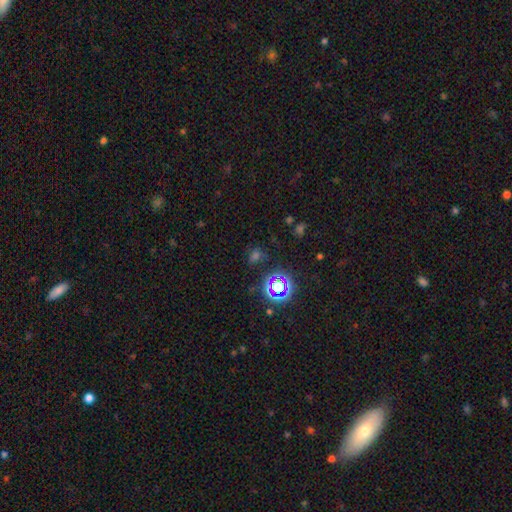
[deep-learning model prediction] A star or artifact, not a galaxy (54%).

Vote fractions:
- Smooth or featured? star or artifact: 54% / smooth: 37% / featured or disk: 9%